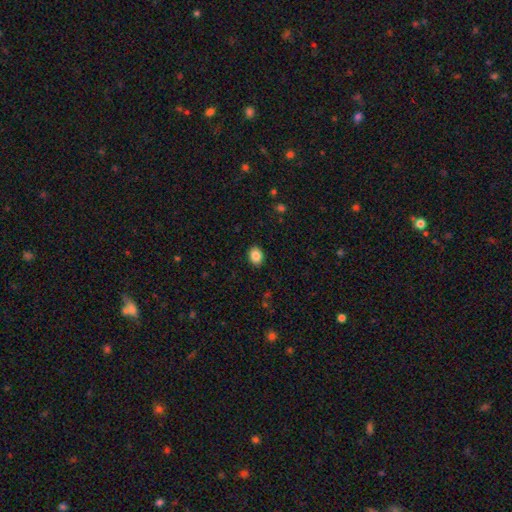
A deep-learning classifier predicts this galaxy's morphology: smooth 86%, star or artifact 9%, featured or disk 5%. Down the decision tree: how rounded — in between (59%); merging — none (90%).